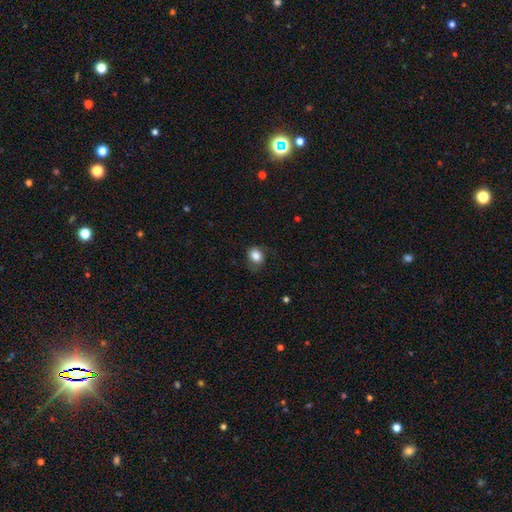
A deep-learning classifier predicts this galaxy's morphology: smooth-or-featured: smooth: 85% | star or artifact: 9% | featured or disk: 7%
  how-rounded: round: 54% | in between: 45% | cigar-shaped: 1%
  merging: none: 71% | minor disturbance: 21% | major disturbance: 7% | merger: 1%